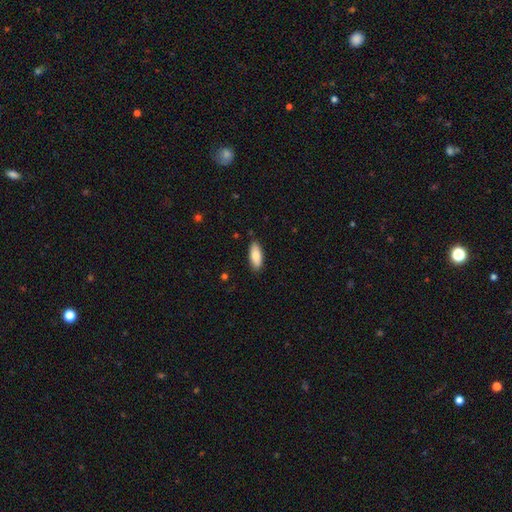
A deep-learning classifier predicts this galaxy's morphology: This appears to be a smooth galaxy with no disk features (86%) that is in between round and cigar-shaped (79%). Merging: none (87%).